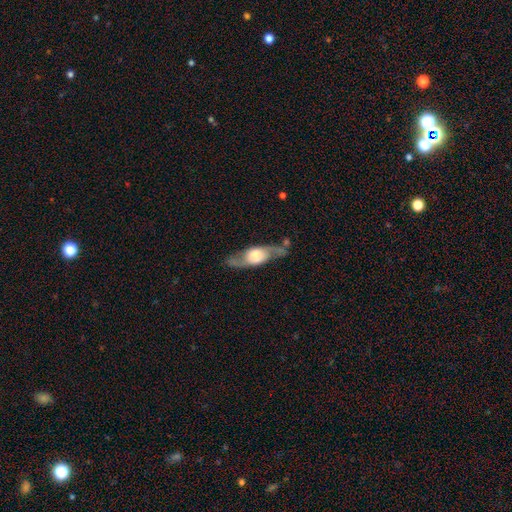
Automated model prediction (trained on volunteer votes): A featured or disk galaxy (68%). Merging: none (71%).